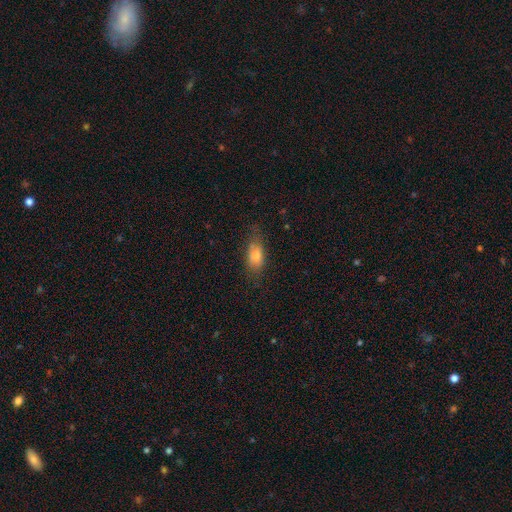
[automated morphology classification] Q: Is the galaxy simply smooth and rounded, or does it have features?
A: smooth — 72%.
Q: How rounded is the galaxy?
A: in between — 78%.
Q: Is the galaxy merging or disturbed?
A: none — 68%.